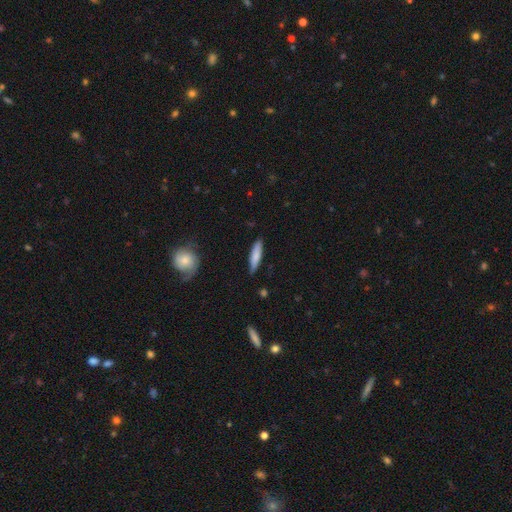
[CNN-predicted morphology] smooth-or-featured: smooth: 78% | featured or disk: 17% | star or artifact: 6%
  how-rounded: cigar-shaped: 77% | in between: 21% | round: 2%
  merging: none: 83% | minor disturbance: 13% | major disturbance: 2% | merger: 2%